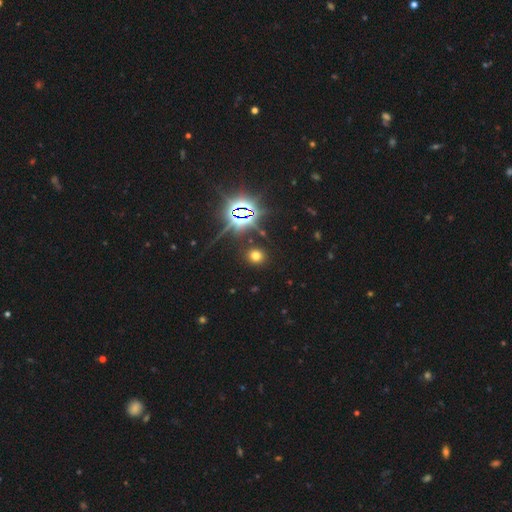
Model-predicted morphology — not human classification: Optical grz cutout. It shows a smooth galaxy with no disk features (60%) that is round (84%). Merging: none (89%).